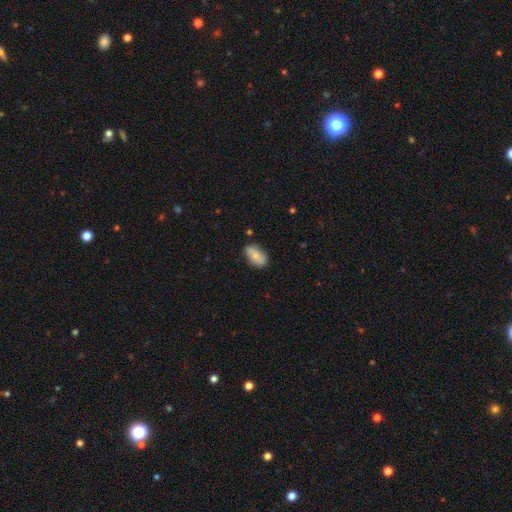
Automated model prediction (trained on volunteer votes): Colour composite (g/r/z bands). It shows a smooth galaxy with no disk features (69%) that is in between round and cigar-shaped (90%). Merging: none (77%).